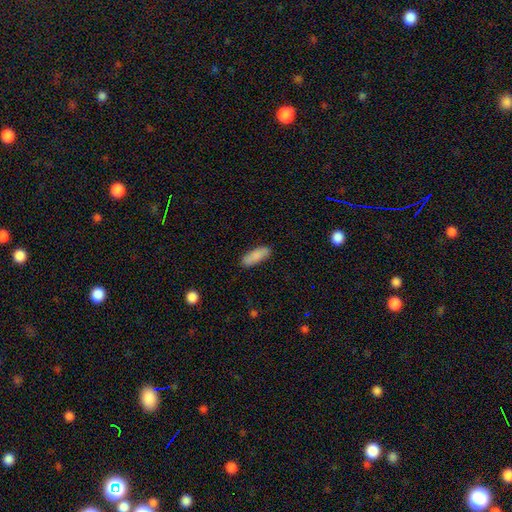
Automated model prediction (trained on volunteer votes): smooth_or_featured: smooth (p=0.86) [alt: featured or disk p=0.08]
how_rounded: in between (p=0.63) [alt: cigar-shaped p=0.35]
merging: none (p=0.86) [alt: minor disturbance p=0.10]